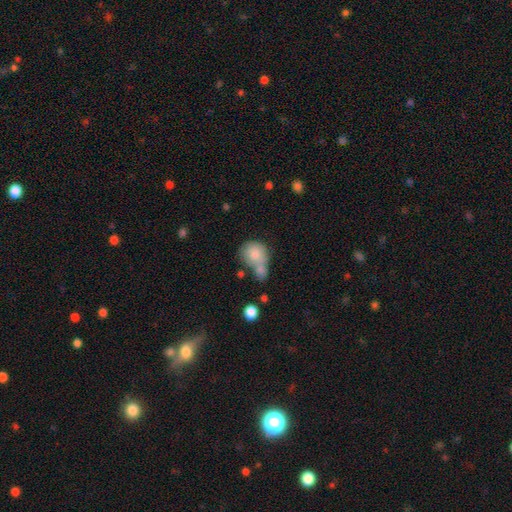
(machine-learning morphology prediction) Overall: smooth (78%). How rounded: round (74%). Merging: merger (51%; none 29%).